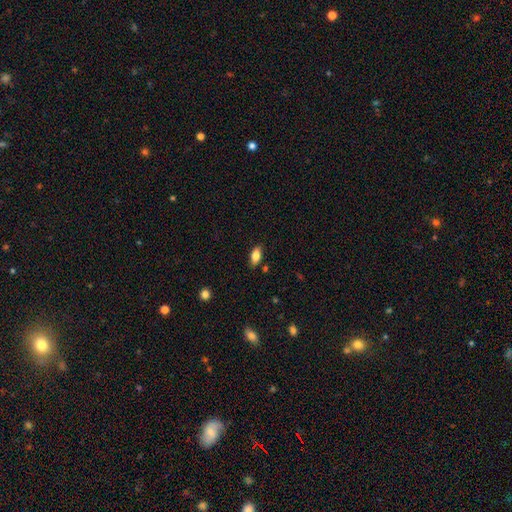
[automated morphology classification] smooth 81%, featured or disk 11%, star or artifact 8%. Down the decision tree: how rounded — in between (89%); merging — none (85%).